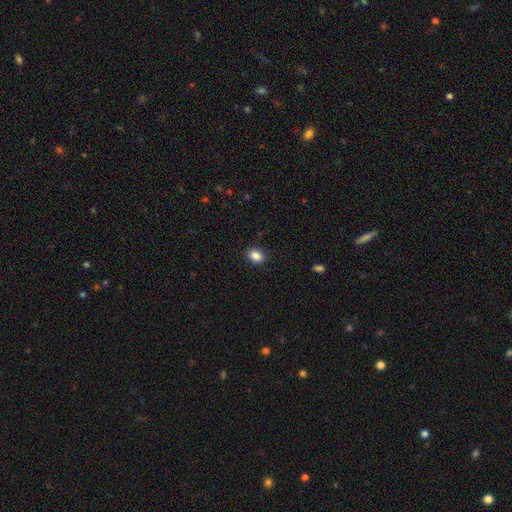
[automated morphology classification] A smooth galaxy with no disk features (87%) that is in between round and cigar-shaped (69%).

Vote fractions:
- Smooth or featured? smooth: 87% / star or artifact: 9% / featured or disk: 4%
- How rounded? in between: 69% / round: 30% / cigar-shaped: 1%
- Merging? none: 89% / minor disturbance: 8% / major disturbance: 2% / merger: 1%